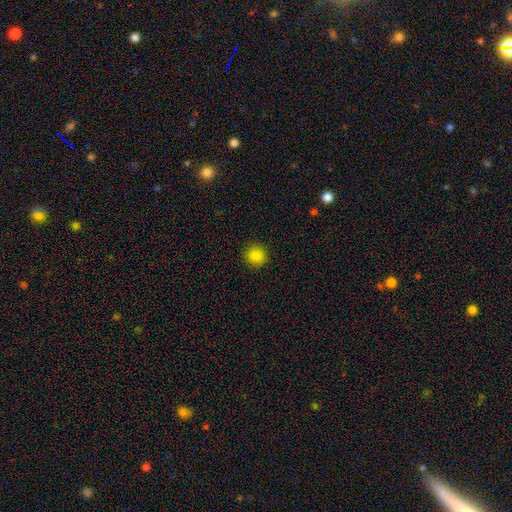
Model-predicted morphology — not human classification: A smooth galaxy with no disk features (85%) that is round (93%).

Vote fractions:
- Smooth or featured? smooth: 85% / star or artifact: 11% / featured or disk: 4%
- How rounded? round: 93% / in between: 6% / cigar-shaped: 1%
- Merging? none: 92% / minor disturbance: 5% / major disturbance: 2% / merger: 1%